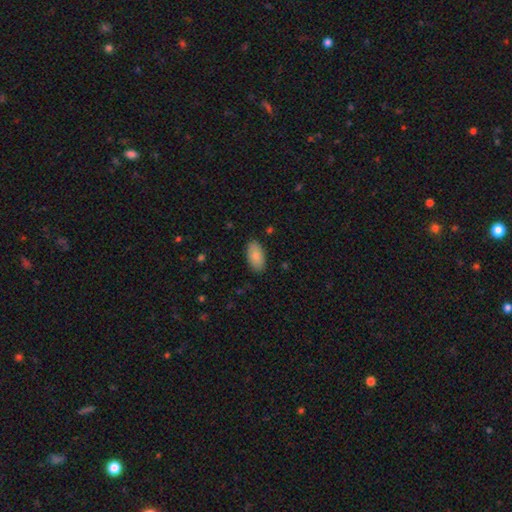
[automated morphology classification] Smooth or featured: smooth — 85% (featured or disk — 9%)
How rounded: in between — 95% (cigar-shaped — 3%)
Merging: none — 87% (minor disturbance — 10%)